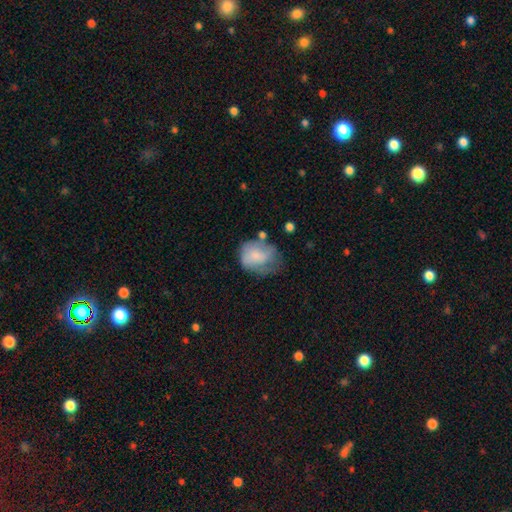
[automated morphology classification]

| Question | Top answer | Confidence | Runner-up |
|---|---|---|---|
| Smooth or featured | smooth | 66% | featured or disk (26%) |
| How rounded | in between | 51% | round (48%) |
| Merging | minor disturbance | 34% | none (32%) |